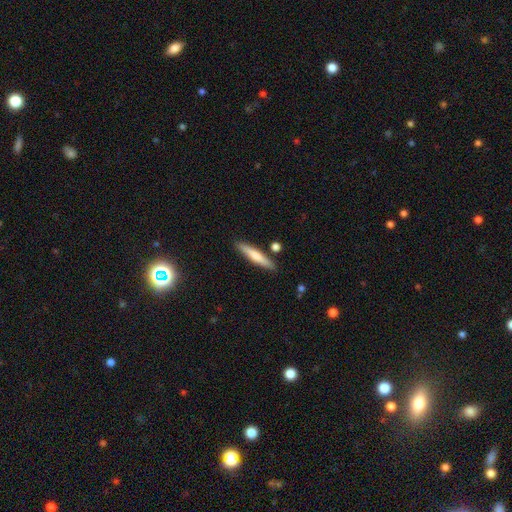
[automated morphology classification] Smooth or featured? smooth (59%)
How rounded? cigar-shaped (91%)
Merging? none (86%)